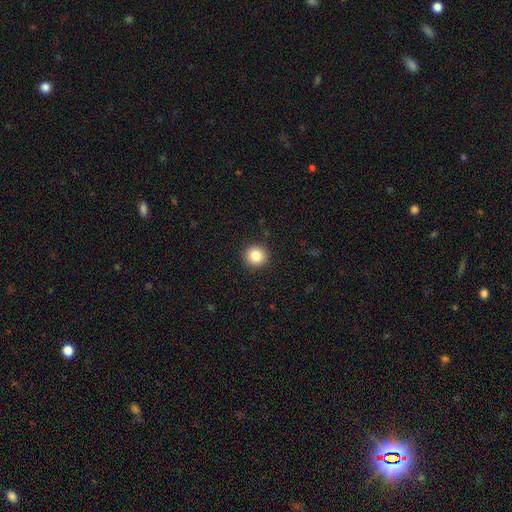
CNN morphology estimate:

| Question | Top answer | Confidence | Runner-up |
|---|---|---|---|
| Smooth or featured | smooth | 84% | star or artifact (10%) |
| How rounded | round | 94% | in between (5%) |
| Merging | none | 92% | minor disturbance (5%) |